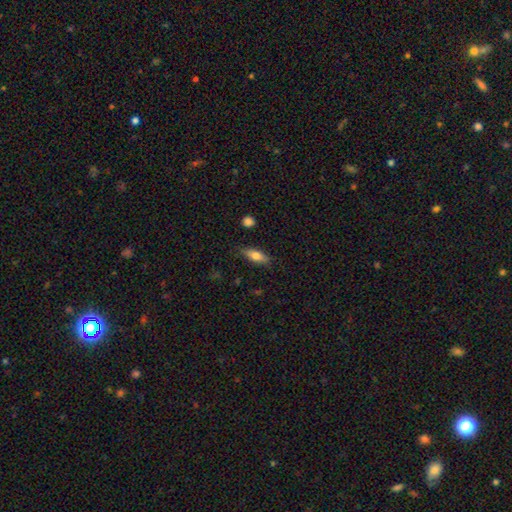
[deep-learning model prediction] This appears to be a smooth galaxy with no disk features (71%) that is in between round and cigar-shaped (63%). Merging: none (83%).